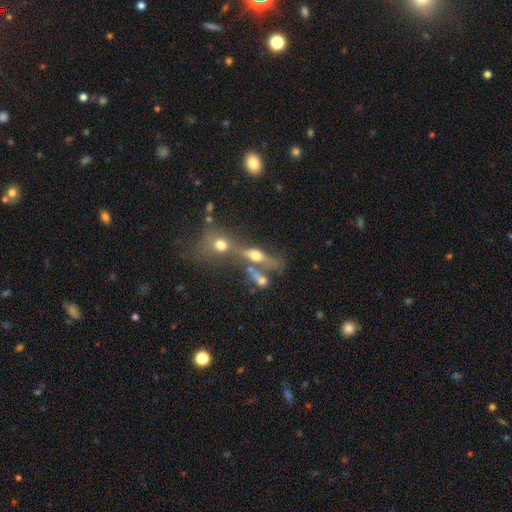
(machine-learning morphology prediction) Smooth or featured? Predicted: smooth (p=0.46). Merging? Predicted: merger (p=0.46).